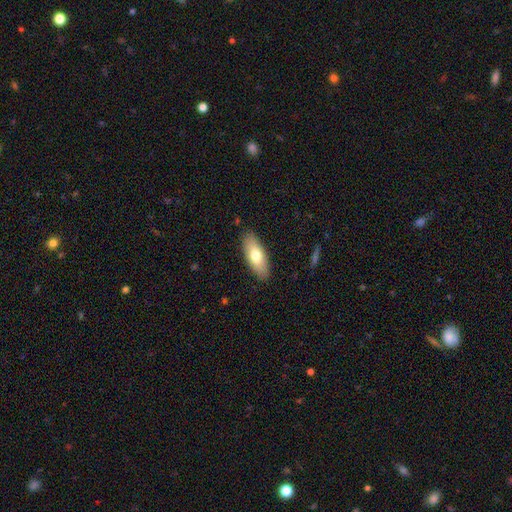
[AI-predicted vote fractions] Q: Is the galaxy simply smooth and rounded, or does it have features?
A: smooth — 72%.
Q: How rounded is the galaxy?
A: in between — 78%.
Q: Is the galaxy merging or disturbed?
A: none — 88%.